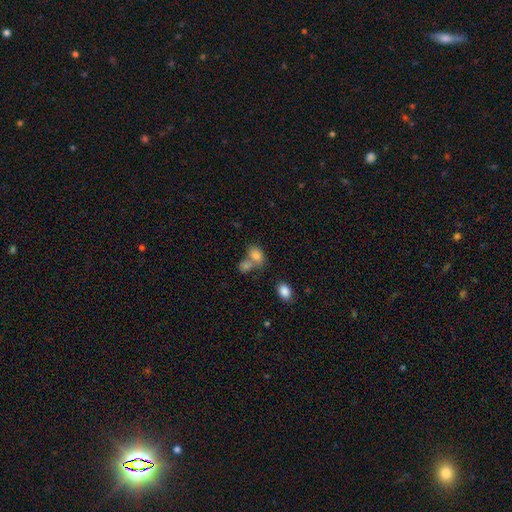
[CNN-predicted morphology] type=smooth (79%); roundness=in between (76%); merging=merger (50%).